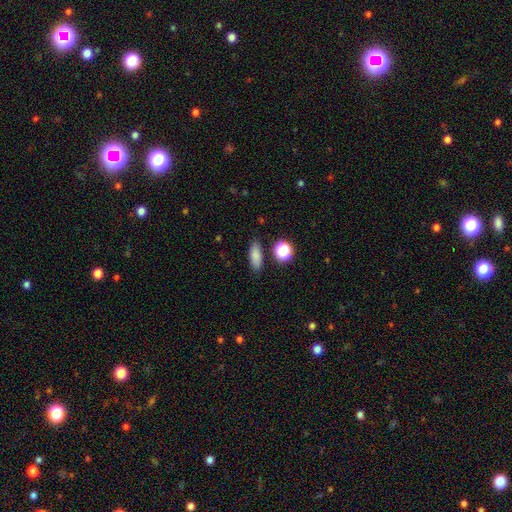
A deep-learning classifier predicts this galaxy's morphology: A smooth galaxy with no disk features (82%) that is in between round and cigar-shaped (66%). Merging: none (82%).